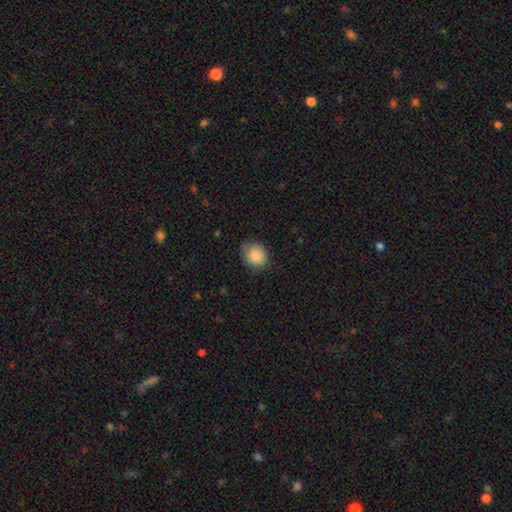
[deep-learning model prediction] This appears to be a smooth galaxy with no disk features (86%) that is round (67%). Merging: none (70%).